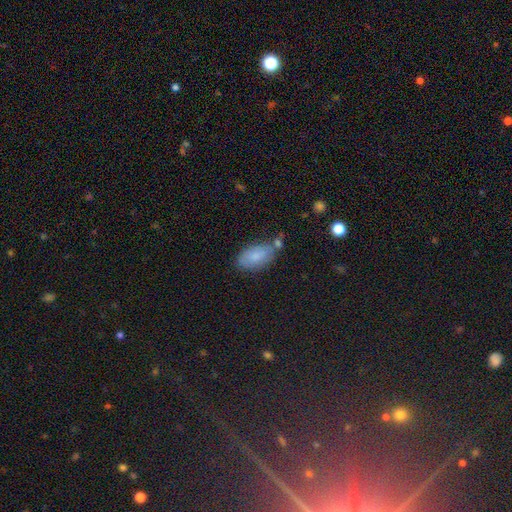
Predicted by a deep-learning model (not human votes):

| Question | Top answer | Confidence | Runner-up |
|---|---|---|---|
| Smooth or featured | smooth | 79% | featured or disk (13%) |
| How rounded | in between | 93% | round (4%) |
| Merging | none | 65% | minor disturbance (20%) |